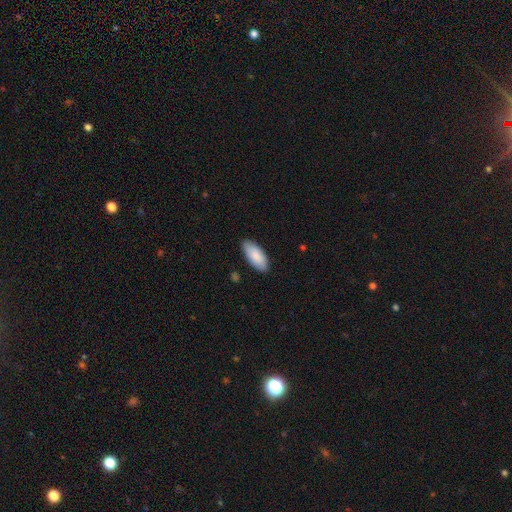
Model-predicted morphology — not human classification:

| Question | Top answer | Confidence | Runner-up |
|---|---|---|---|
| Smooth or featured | smooth | 87% | featured or disk (8%) |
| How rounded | in between | 88% | cigar-shaped (10%) |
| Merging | none | 87% | minor disturbance (10%) |